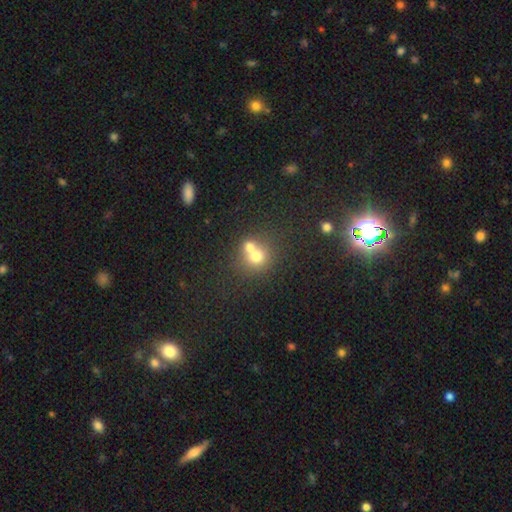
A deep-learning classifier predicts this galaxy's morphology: Smooth or featured? Predicted: smooth (p=0.69). How rounded? Predicted: round (p=0.83). Merging? Predicted: merger (p=0.56).